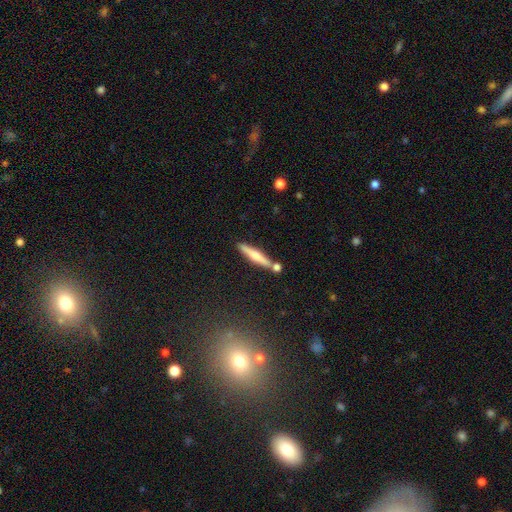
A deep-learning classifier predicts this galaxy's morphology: Smooth or featured? Predicted: smooth (p=0.47). Merging? Predicted: none (p=0.77).